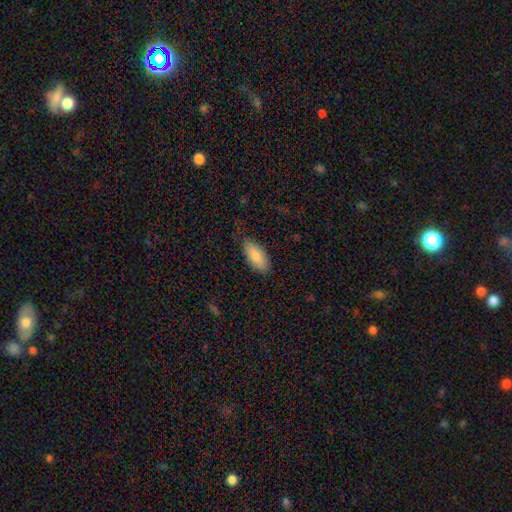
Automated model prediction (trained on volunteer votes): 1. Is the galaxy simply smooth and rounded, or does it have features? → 86% smooth, 8% featured or disk, 6% star or artifact.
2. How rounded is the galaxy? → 88% in between, 10% cigar-shaped, 2% round.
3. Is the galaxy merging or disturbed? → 77% none, 18% minor disturbance, 4% major disturbance, 1% merger.